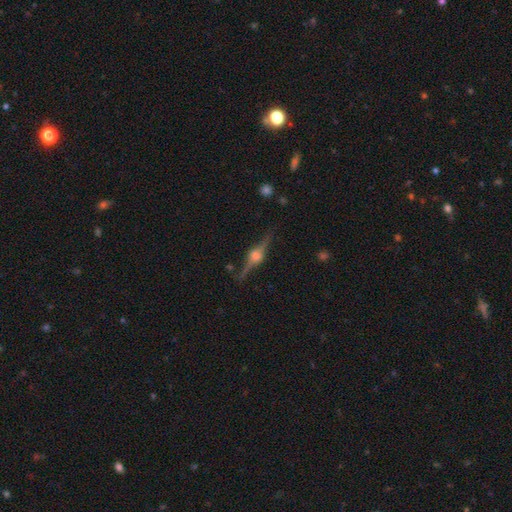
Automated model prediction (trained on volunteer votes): Morphology: type=featured or disk (85%); edge-on=yes (97%); edge-on bulge=rounded (93%); merging=none (87%).